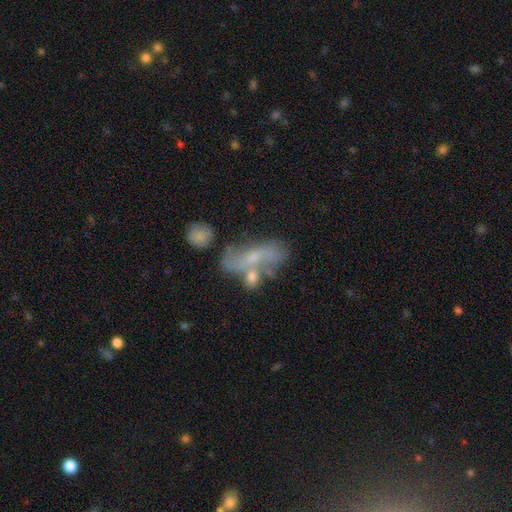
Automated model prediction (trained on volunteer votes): The model was most divided on "merging": none: 39%, merger: 32%, minor disturbance: 16%, major disturbance: 13%. More confident: edge-on disk — no (86%); smooth or featured — featured or disk (54%).